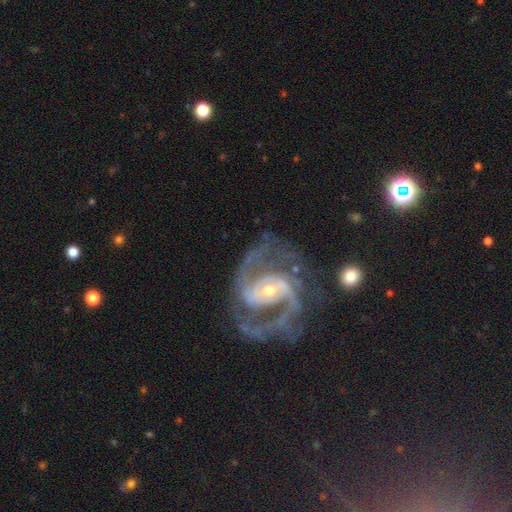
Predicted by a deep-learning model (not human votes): Morphology: type=featured or disk (91%); edge-on=no (98%); bar=weak (36%); spiral arms=yes (97%); winding=medium (60%); arm count=2 (83%); bulge=small (59%); merging=none (64%).